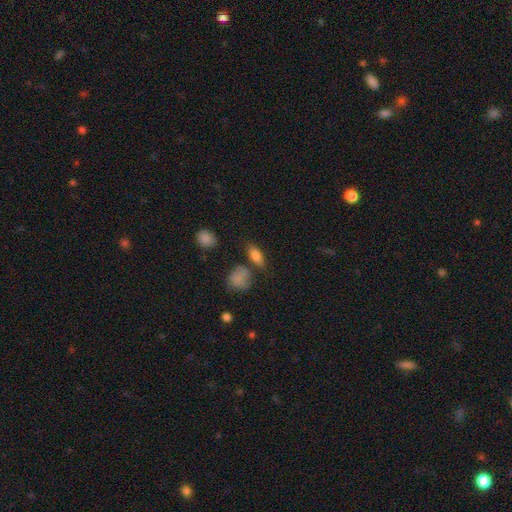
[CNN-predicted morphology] This is likely a smooth galaxy (78%). How rounded: likely in between (76%). Merging: likely none (71%).